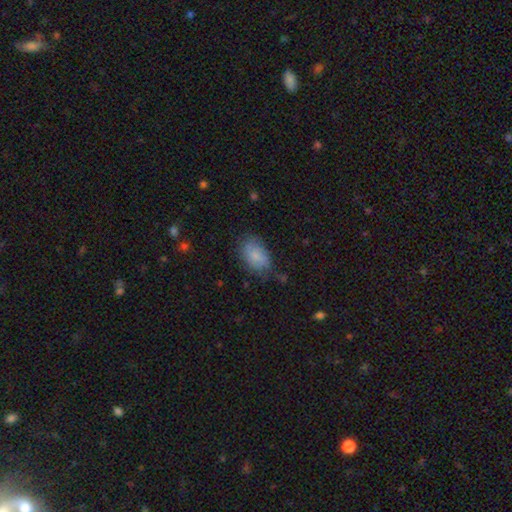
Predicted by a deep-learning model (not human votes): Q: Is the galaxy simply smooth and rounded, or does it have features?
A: smooth — 79%.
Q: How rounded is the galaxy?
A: in between — 88%.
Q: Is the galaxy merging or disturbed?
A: none — 64%.